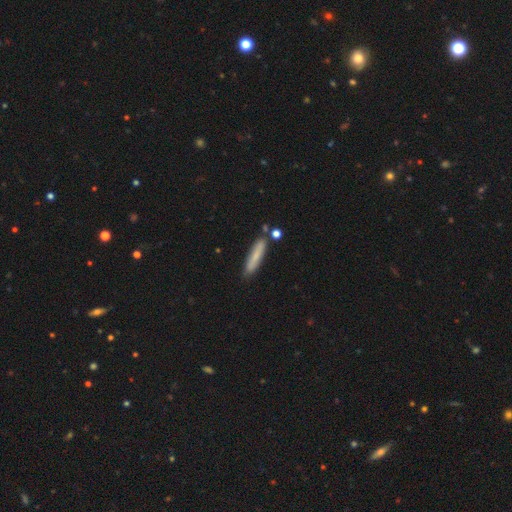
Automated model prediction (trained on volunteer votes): This is likely a smooth galaxy (76%). How rounded: clearly cigar-shaped (89%). Merging: likely none (78%).